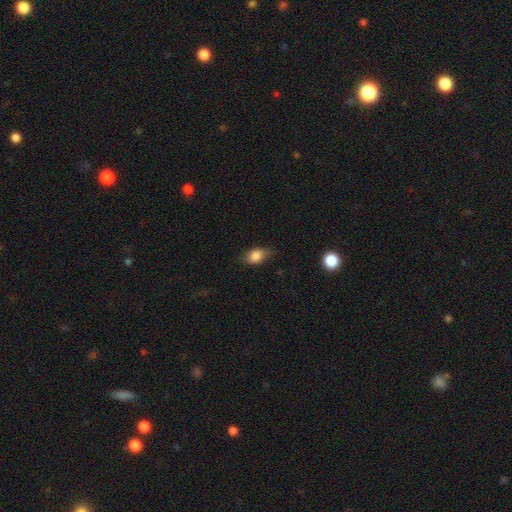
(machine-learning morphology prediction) Smooth or featured? smooth (84%)
How rounded? in between (83%)
Merging? none (74%)